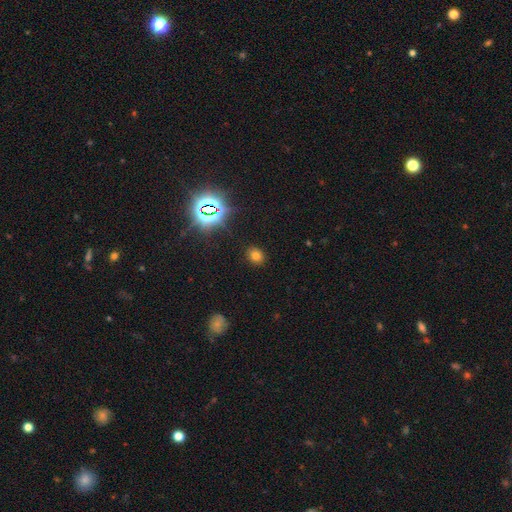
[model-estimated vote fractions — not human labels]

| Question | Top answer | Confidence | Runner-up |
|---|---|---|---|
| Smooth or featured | smooth | 67% | star or artifact (26%) |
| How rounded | round | 64% | in between (34%) |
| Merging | none | 88% | minor disturbance (8%) |